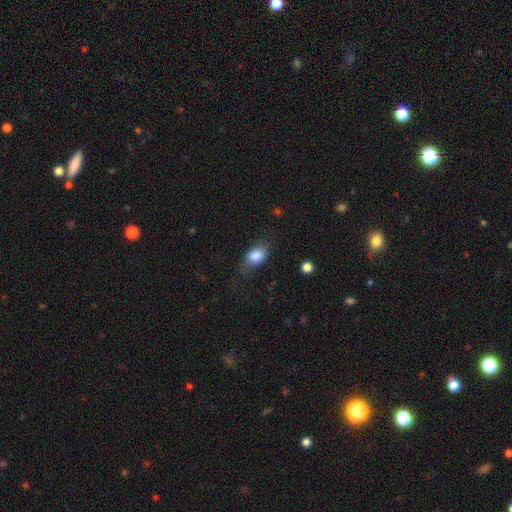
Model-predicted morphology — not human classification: Smooth or featured? smooth (83%)
How rounded? in between (80%)
Merging? none (55%)